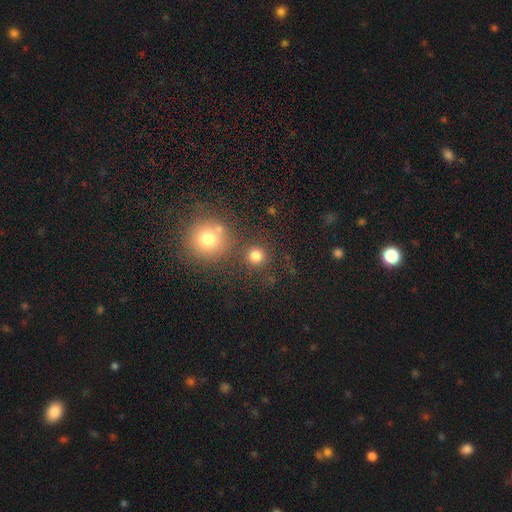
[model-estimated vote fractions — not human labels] Morphology: type=smooth (79%); roundness=round (93%); merging=none (80%).